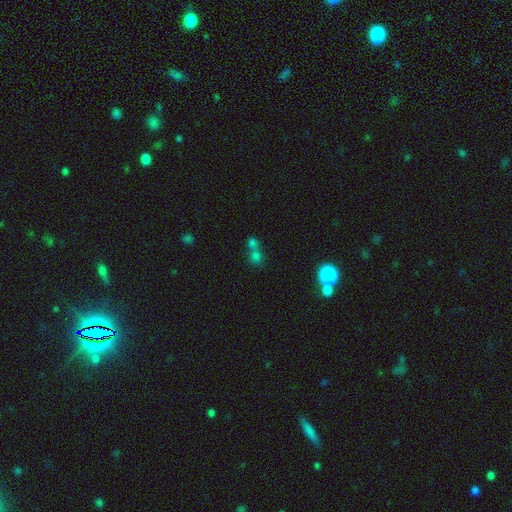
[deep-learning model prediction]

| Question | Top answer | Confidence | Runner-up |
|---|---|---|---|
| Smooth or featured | smooth | 68% | star or artifact (23%) |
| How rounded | round | 79% | in between (19%) |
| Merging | merger | 53% | none (39%) |